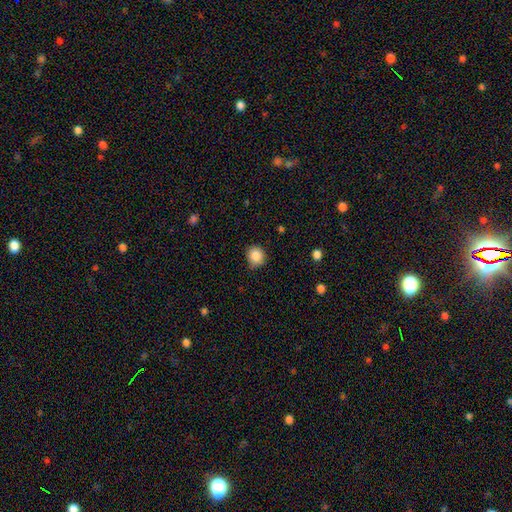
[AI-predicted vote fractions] Smooth or featured: smooth — 86% (star or artifact — 9%)
How rounded: round — 84% (in between — 15%)
Merging: none — 85% (minor disturbance — 11%)